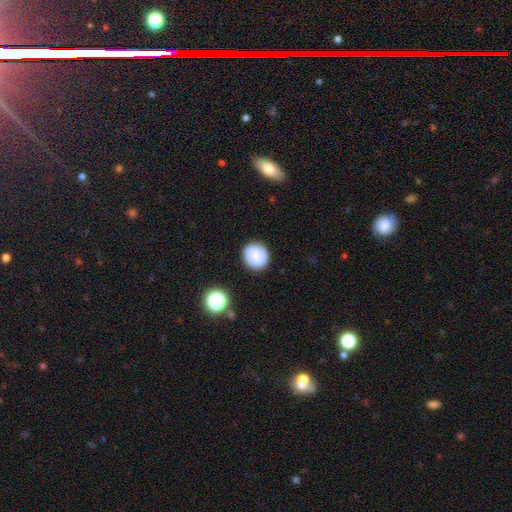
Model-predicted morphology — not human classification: This appears to be a smooth galaxy with no disk features (56%) that is round (90%). Merging: none (86%).